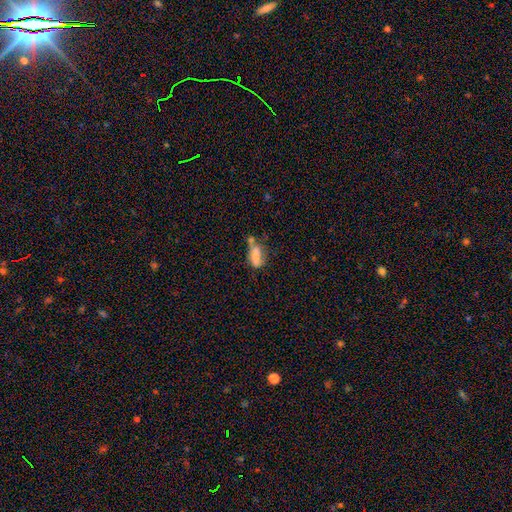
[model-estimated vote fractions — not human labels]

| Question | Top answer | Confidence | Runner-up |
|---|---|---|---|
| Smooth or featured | smooth | 58% | featured or disk (31%) |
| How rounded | in between | 77% | cigar-shaped (17%) |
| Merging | merger | 32% | none (29%) |